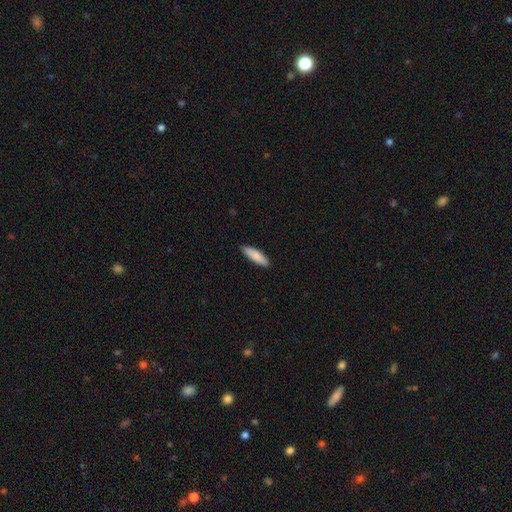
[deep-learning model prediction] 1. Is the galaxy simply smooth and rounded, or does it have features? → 87% smooth, 7% featured or disk, 5% star or artifact.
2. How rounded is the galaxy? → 61% cigar-shaped, 38% in between, 1% round.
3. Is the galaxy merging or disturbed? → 89% none, 8% minor disturbance, 2% major disturbance, 1% merger.